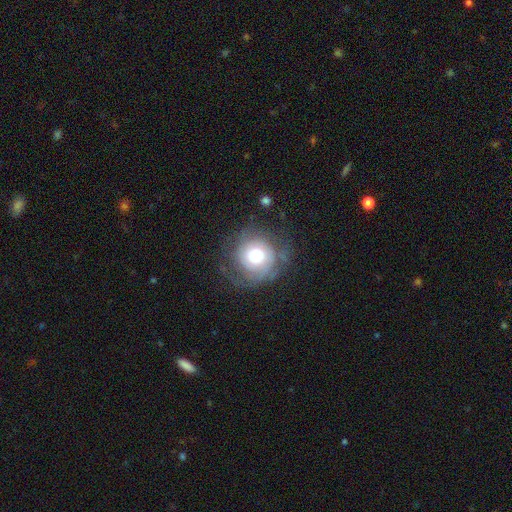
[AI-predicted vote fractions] Smooth or featured?
  - featured or disk: 56% *
  - smooth: 36%
  - star or artifact: 9%
Edge-on disk?
  - no: 97% *
  - yes: 3%
Bar?
  - no: 83% *
  - weak: 15%
  - strong: 3%
Spiral arms?
  - yes: 79% *
  - no: 21%
Bulge size?
  - large: 44% *
  - moderate: 43%
  - dominant: 8%
  - small: 5%
  - none: 1%
Merging?
  - none: 63% *
  - minor disturbance: 20%
  - major disturbance: 15%
  - merger: 2%